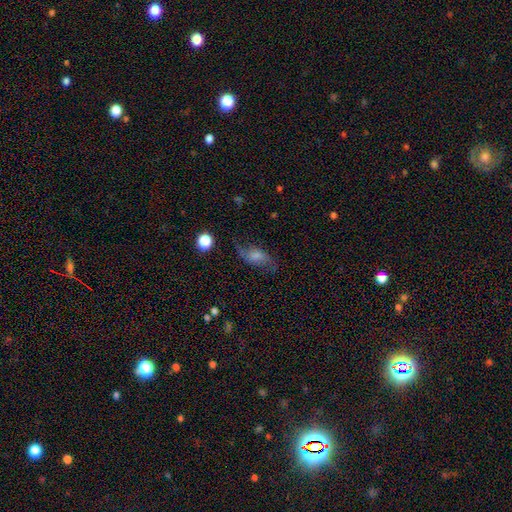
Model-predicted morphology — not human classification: Smooth or featured: featured or disk — 49% (smooth — 40%)
Merging: none — 61% (minor disturbance — 22%)